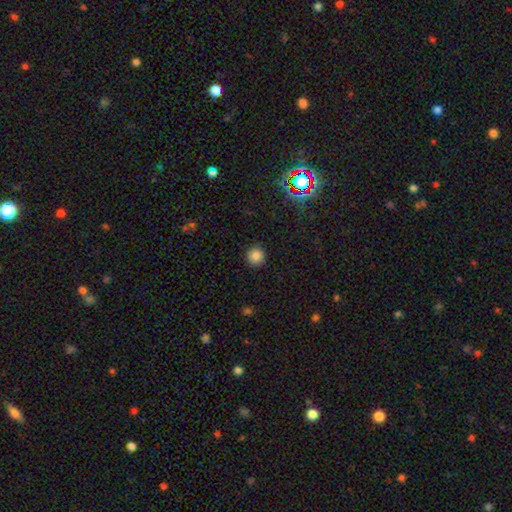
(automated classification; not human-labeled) This appears to be a smooth galaxy with no disk features (83%) that is round (94%). Merging: none (91%).